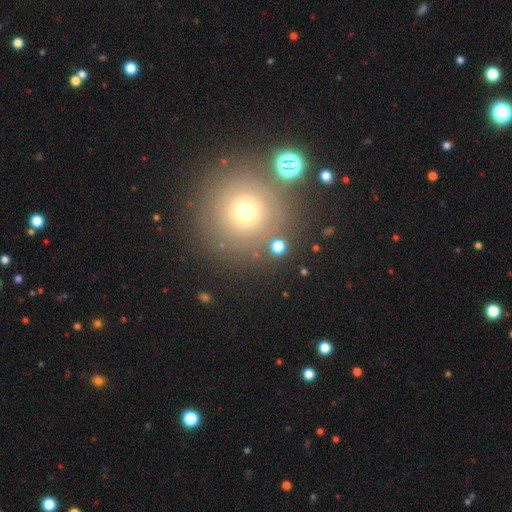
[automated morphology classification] smooth_or_featured: smooth (p=0.59) [alt: star or artifact p=0.26]
how_rounded: round (p=0.95) [alt: in between p=0.04]
merging: none (p=0.82) [alt: minor disturbance p=0.08]